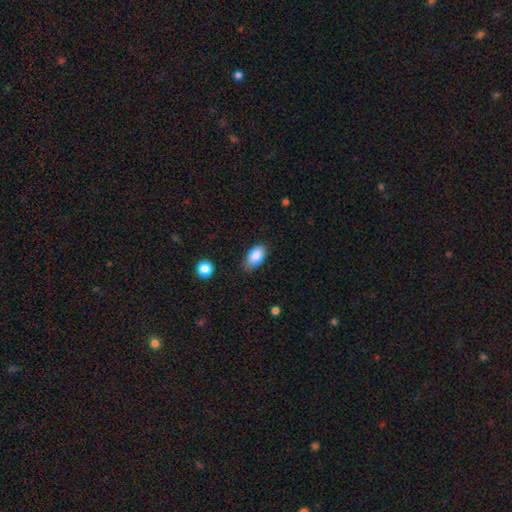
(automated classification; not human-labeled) This appears to be a smooth galaxy with no disk features (86%) that is in between round and cigar-shaped (91%). Merging: none (72%).